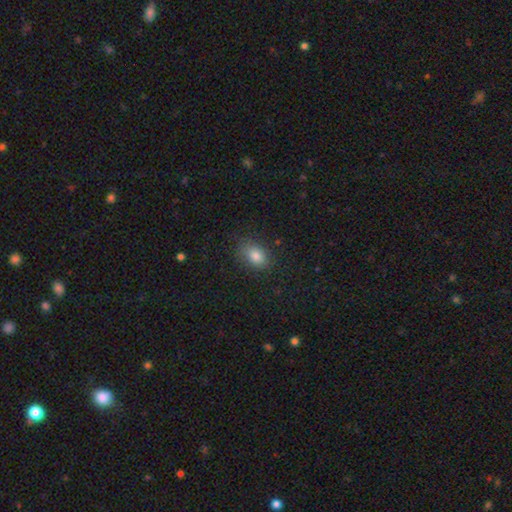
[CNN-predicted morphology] A smooth galaxy with no disk features (82%) that is in between round and cigar-shaped (79%).

Vote fractions:
- Smooth or featured? smooth: 82% / star or artifact: 11% / featured or disk: 7%
- How rounded? in between: 79% / round: 19% / cigar-shaped: 2%
- Merging? none: 81% / minor disturbance: 14% / major disturbance: 3% / merger: 1%